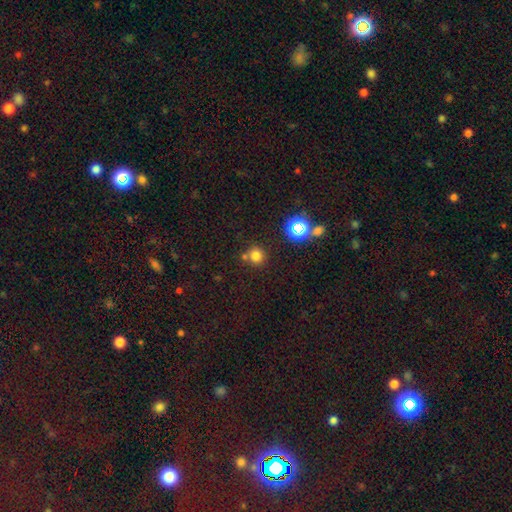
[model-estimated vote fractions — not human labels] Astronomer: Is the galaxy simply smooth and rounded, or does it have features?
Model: smooth — 74%.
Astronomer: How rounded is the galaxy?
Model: round — 90%.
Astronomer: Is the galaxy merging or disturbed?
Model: none — 73%.